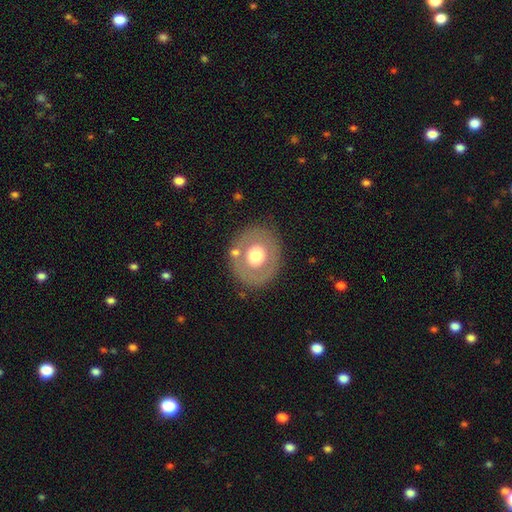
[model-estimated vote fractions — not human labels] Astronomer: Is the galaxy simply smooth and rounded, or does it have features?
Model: smooth — 54% (runner-up: featured or disk, 39%).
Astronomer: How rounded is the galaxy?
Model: round — 73%.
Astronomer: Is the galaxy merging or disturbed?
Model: none — 80%.